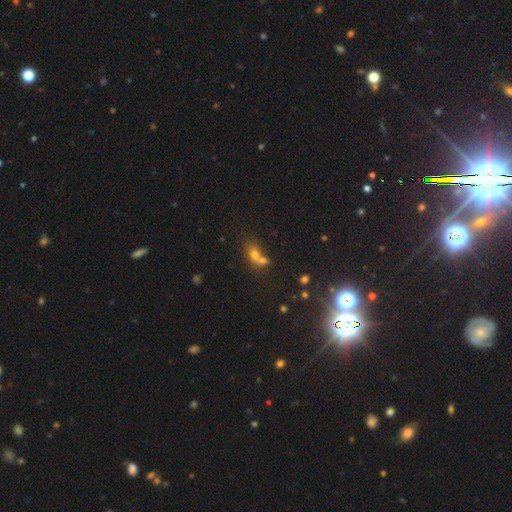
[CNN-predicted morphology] Overall: smooth (70%). How rounded: in between (54%; round 43%). Merging: merger (59%; none 27%).